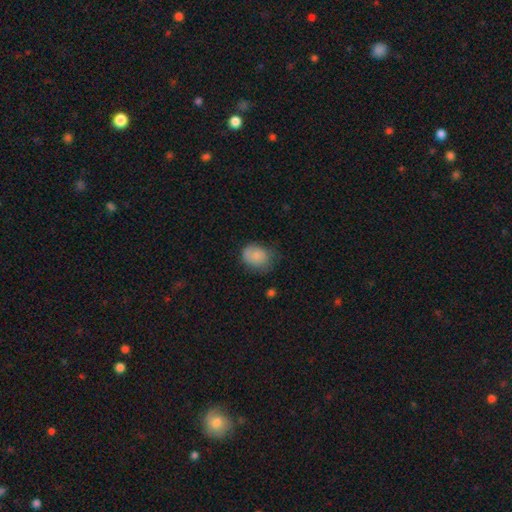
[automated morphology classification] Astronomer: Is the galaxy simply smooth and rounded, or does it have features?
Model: smooth — 82%.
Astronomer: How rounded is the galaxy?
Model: in between — 54% (runner-up: round, 46%).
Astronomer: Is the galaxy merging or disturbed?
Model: none — 54% (runner-up: minor disturbance, 32%).